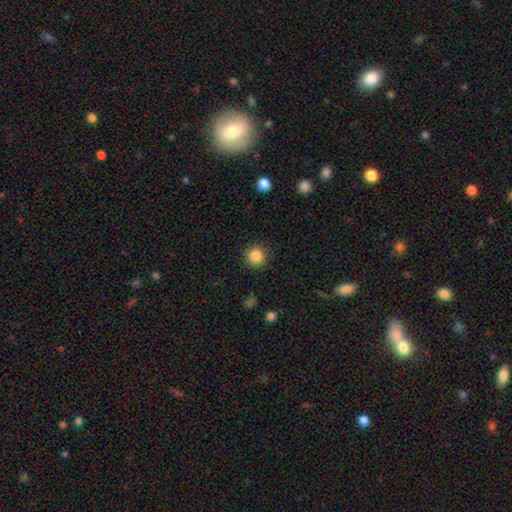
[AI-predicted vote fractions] Smooth or featured?
  - smooth: 85% *
  - star or artifact: 10%
  - featured or disk: 4%
How rounded?
  - round: 94% *
  - in between: 5%
  - cigar-shaped: 1%
Merging?
  - none: 91% *
  - minor disturbance: 6%
  - major disturbance: 2%
  - merger: 1%